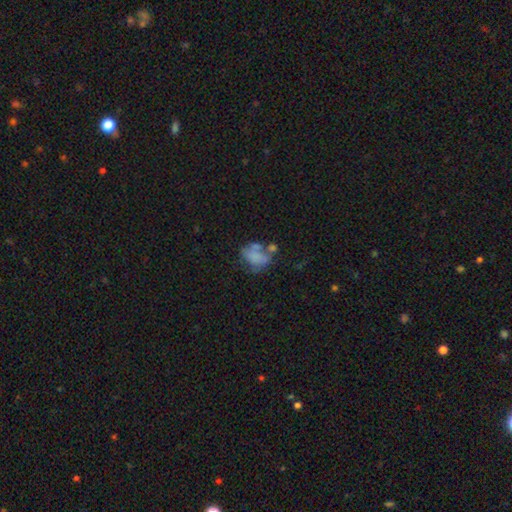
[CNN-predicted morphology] Smooth or featured? smooth (52%)
How rounded? in between (67%)
Merging? none (29%)